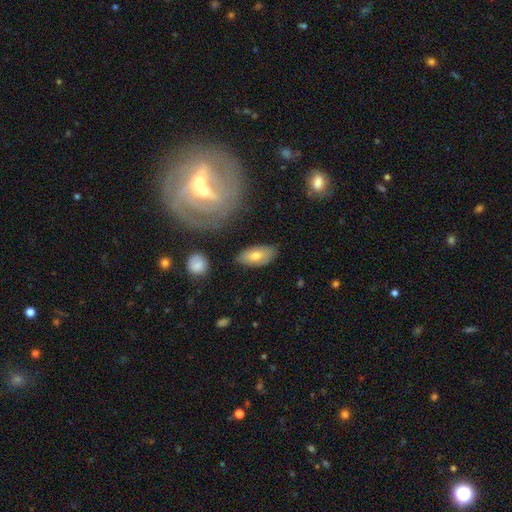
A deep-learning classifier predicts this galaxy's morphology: smooth 70%, featured or disk 23%, star or artifact 7%. Down the decision tree: how rounded — in between (92%); merging — none (79%).